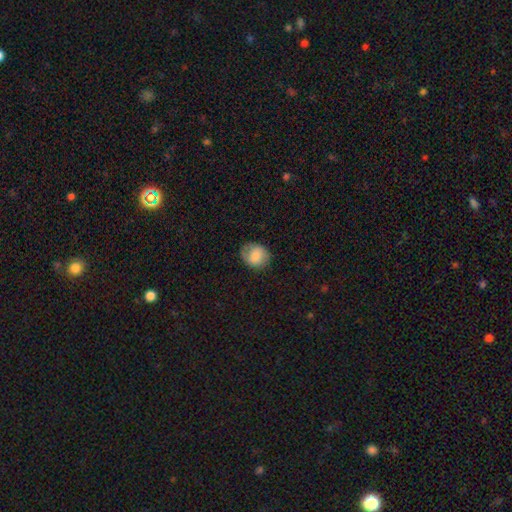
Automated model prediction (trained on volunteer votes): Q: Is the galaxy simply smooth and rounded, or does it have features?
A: smooth — 77%.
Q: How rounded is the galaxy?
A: round — 64%.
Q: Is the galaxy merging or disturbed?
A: none — 77%.